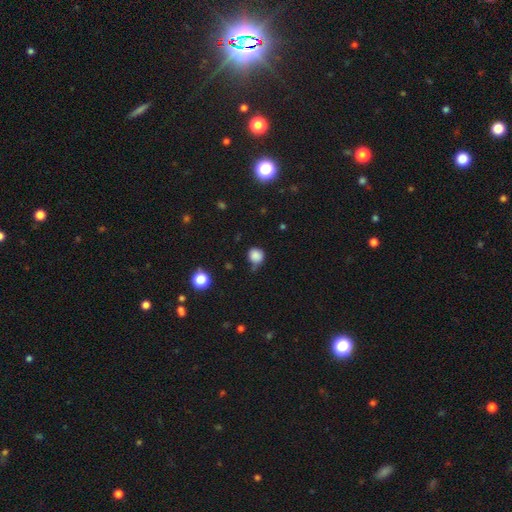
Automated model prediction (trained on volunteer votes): Q: Smooth or featured?
A: smooth (83%); runner-up: star or artifact (12%)
Q: How rounded?
A: round (84%); runner-up: in between (15%)
Q: Merging?
A: none (57%); runner-up: minor disturbance (30%)